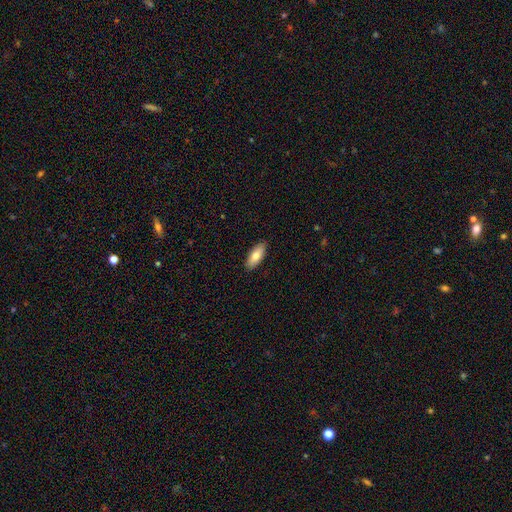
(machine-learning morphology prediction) A smooth galaxy with no disk features (78%) that is in between round and cigar-shaped (80%).

Vote fractions:
- Smooth or featured? smooth: 78% / featured or disk: 16% / star or artifact: 6%
- How rounded? in between: 80% / cigar-shaped: 18% / round: 2%
- Merging? none: 89% / minor disturbance: 9% / major disturbance: 2% / merger: 1%